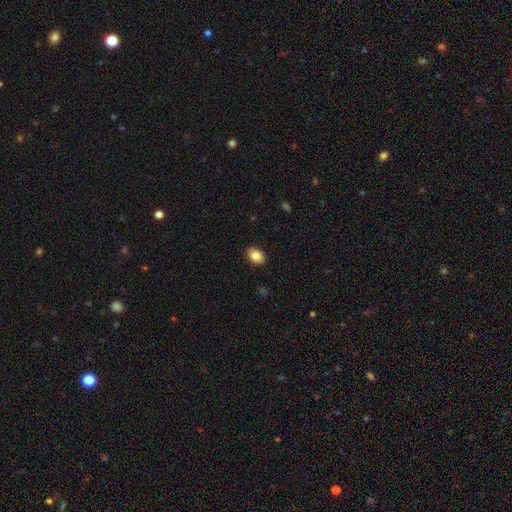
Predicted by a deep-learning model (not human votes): This appears to be a smooth galaxy with no disk features (85%) that is in between round and cigar-shaped (83%). Merging: none (90%).